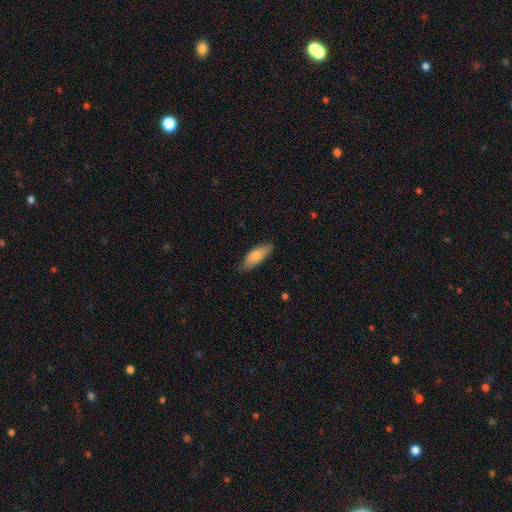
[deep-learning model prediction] smooth 77%, featured or disk 17%, star or artifact 6%. Down the decision tree: how rounded — in between (71%); merging — none (76%).